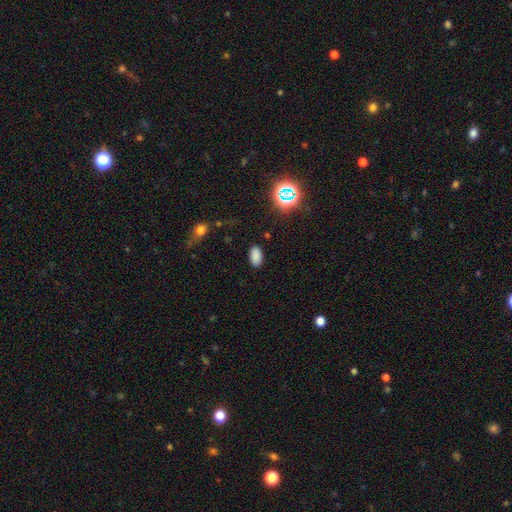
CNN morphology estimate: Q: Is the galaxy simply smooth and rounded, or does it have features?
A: smooth — 80%.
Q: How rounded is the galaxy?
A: in between — 93%.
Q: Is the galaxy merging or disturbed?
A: none — 87%.